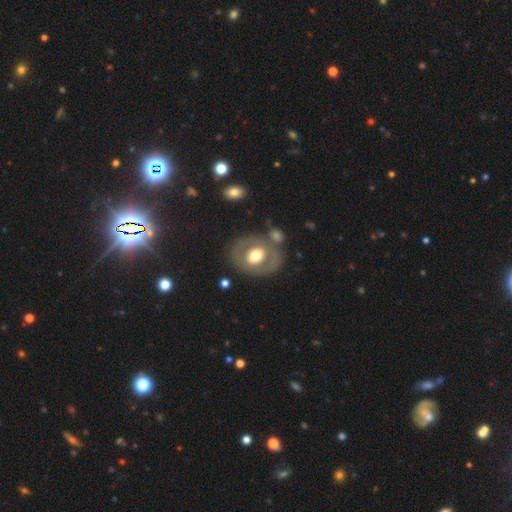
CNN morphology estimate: featured or disk 48%, smooth 45%, star or artifact 6%. Down the decision tree: merging — none (71%).